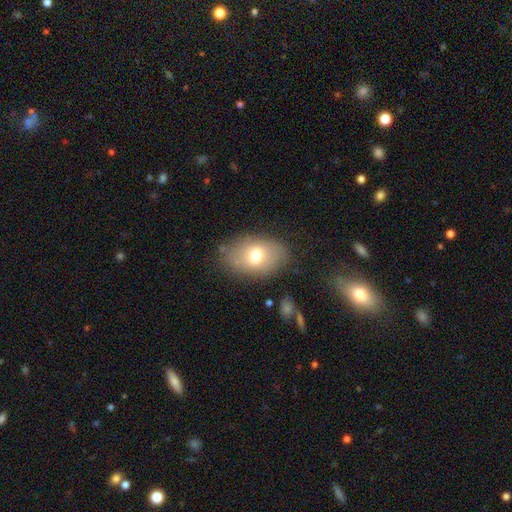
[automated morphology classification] The model was most divided on "smooth or featured": smooth: 70%, featured or disk: 21%, star or artifact: 9%. More confident: how rounded — in between (83%); merging — none (76%).